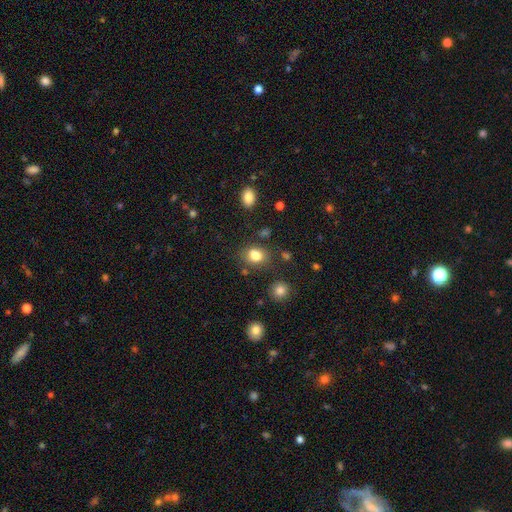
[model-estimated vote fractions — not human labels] This appears to be a smooth galaxy with no disk features (82%) that is in between round and cigar-shaped (54%). Merging: none (75%).